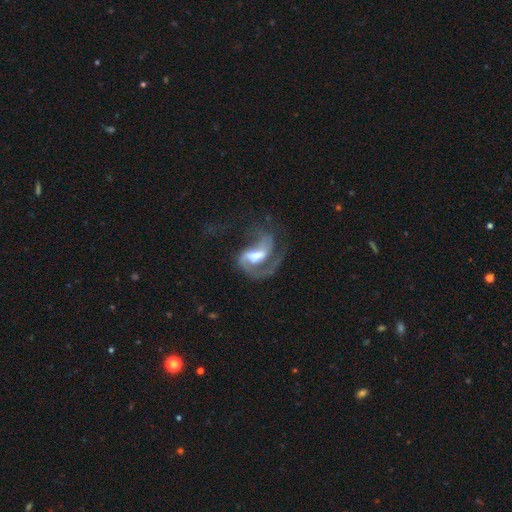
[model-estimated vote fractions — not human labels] Smooth or featured? Predicted: featured or disk (p=0.83). Edge-on disk? Predicted: no (p=0.97). Bar? Predicted: weak (p=0.46). Spiral arms? Predicted: yes (p=0.92). Spiral winding? Predicted: medium (p=0.45). Spiral arm count? Predicted: 2 (p=0.43). Bulge size? Predicted: moderate (p=0.55). Merging? Predicted: major disturbance (p=0.45).